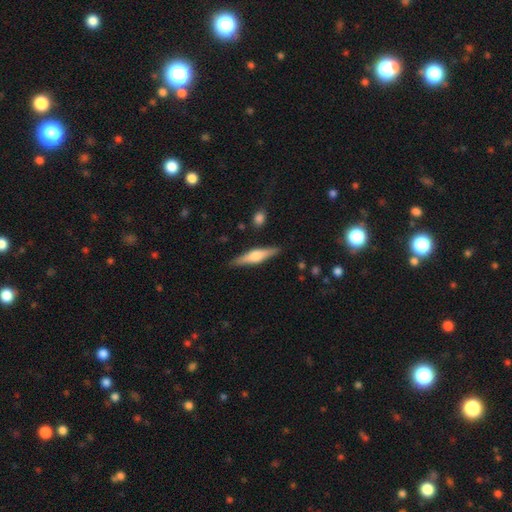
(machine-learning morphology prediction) smooth_or_featured: featured or disk (p=0.56) [alt: smooth p=0.38]
disk_edge_on: yes (p=0.95) [alt: no p=0.05]
edge_on_bulge: rounded (p=0.88) [alt: boxy p=0.08]
merging: none (p=0.88) [alt: minor disturbance p=0.09]